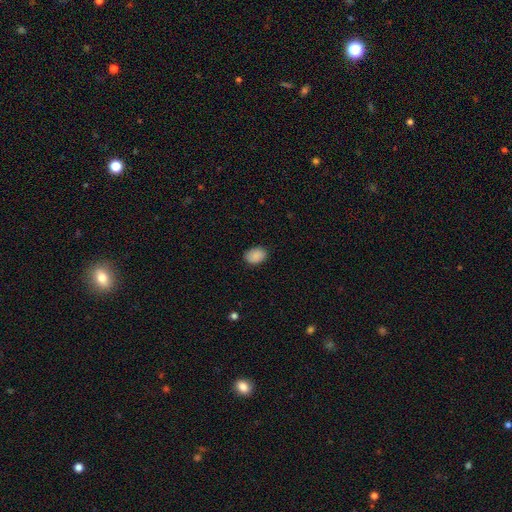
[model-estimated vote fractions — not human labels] smooth 89%, star or artifact 7%, featured or disk 3%. Down the decision tree: how rounded — in between (79%); merging — none (86%).